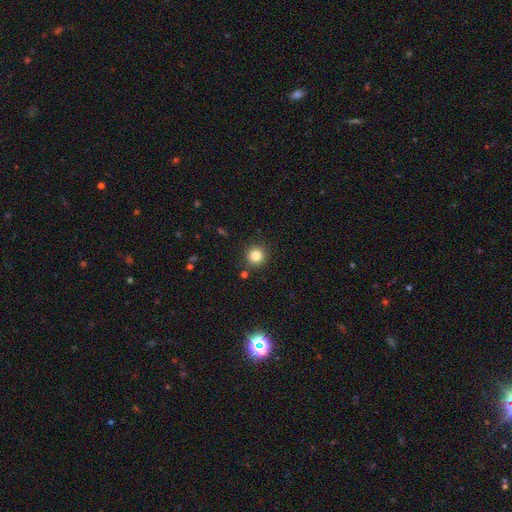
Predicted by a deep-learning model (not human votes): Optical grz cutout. It shows a smooth galaxy with no disk features (83%) that is round (93%). Merging: none (87%).